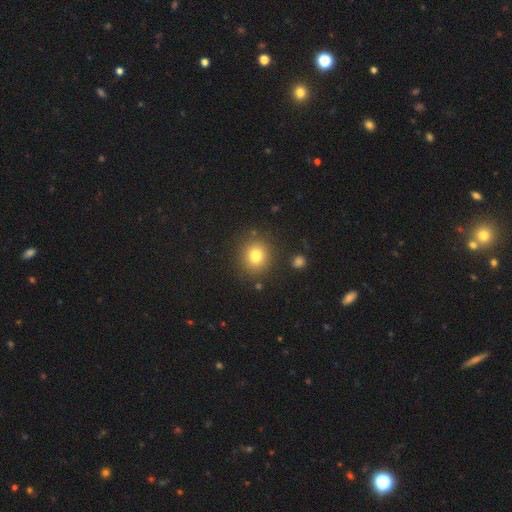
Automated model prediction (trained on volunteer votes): Smooth or featured?
  - smooth: 78% *
  - star or artifact: 13%
  - featured or disk: 9%
How rounded?
  - round: 85% *
  - in between: 14%
  - cigar-shaped: 1%
Merging?
  - none: 87% *
  - minor disturbance: 8%
  - major disturbance: 3%
  - merger: 3%